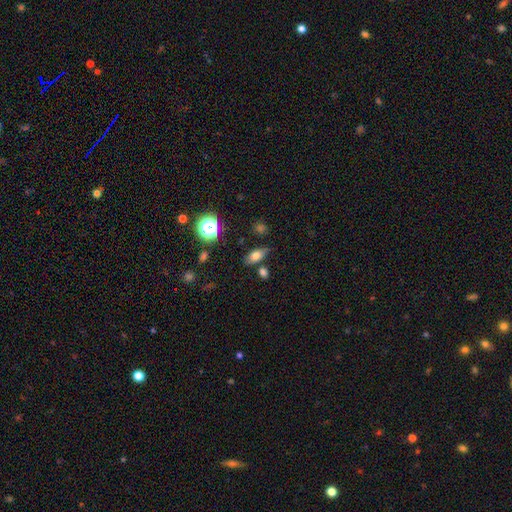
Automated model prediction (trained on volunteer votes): A smooth galaxy with no disk features (72%) that is in between round and cigar-shaped (79%). Merging: none (73%).